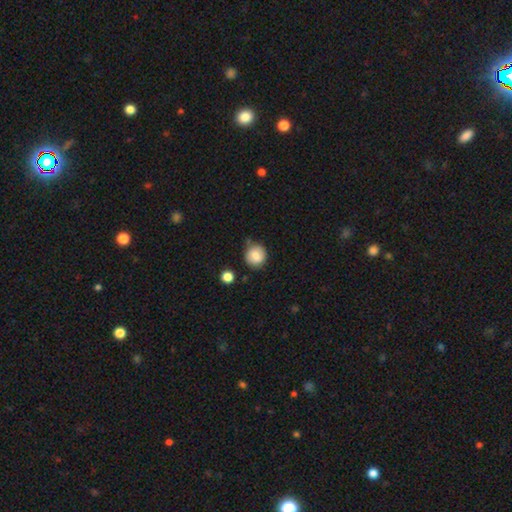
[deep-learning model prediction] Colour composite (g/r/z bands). It shows a smooth galaxy with no disk features (81%) that is round (90%). Merging: none (73%).